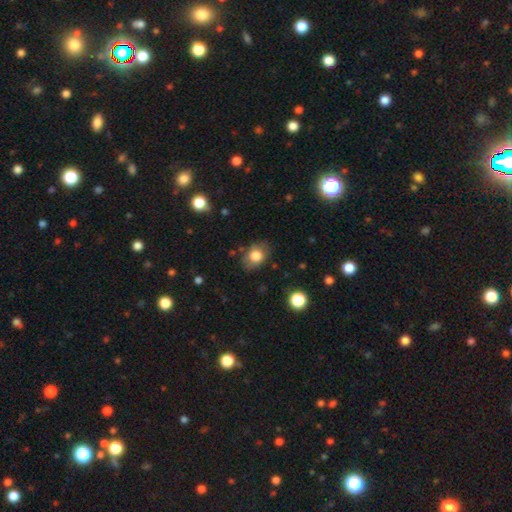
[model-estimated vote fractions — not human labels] Smooth or featured? Predicted: smooth (p=0.76). How rounded? Predicted: in between (p=0.71). Merging? Predicted: none (p=0.76).